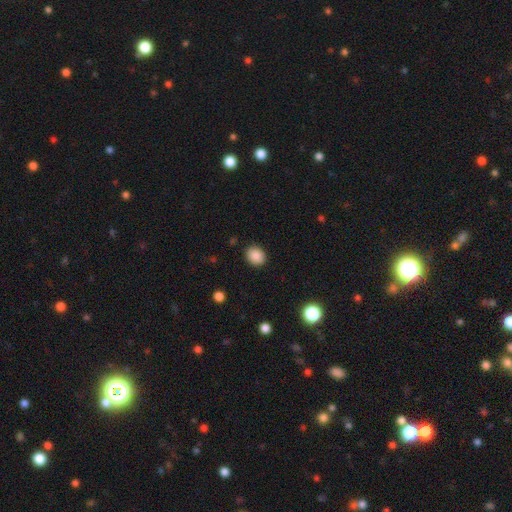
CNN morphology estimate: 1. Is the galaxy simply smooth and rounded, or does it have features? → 88% smooth, 9% star or artifact, 3% featured or disk.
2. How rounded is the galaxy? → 56% round, 43% in between, 1% cigar-shaped.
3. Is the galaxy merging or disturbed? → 88% none, 9% minor disturbance, 2% major disturbance, 1% merger.